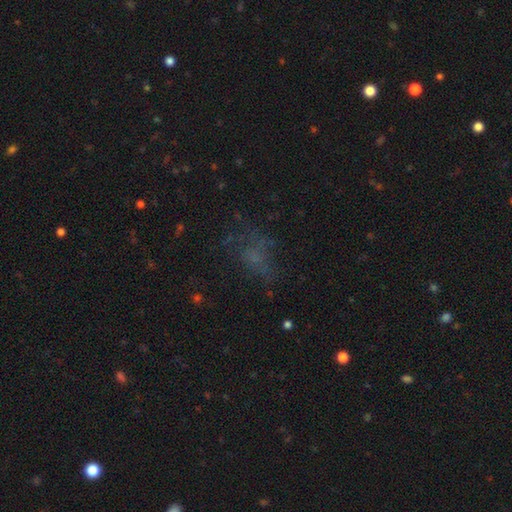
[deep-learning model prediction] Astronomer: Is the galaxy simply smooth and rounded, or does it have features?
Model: smooth — 39% (runner-up: star or artifact, 32%).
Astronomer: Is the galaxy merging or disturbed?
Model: none — 47% (runner-up: major disturbance, 31%).